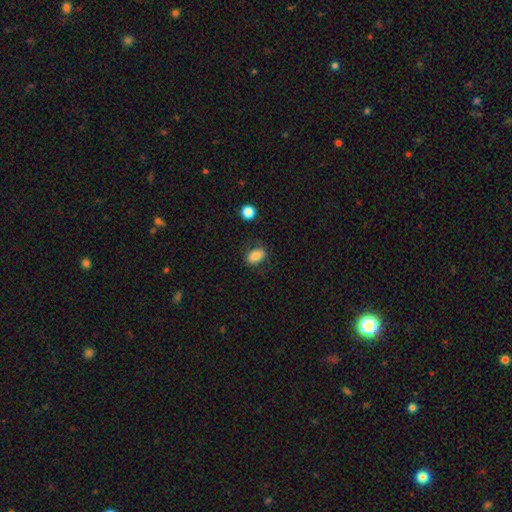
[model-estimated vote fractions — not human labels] smooth_or_featured: smooth (p=0.83) [alt: star or artifact p=0.09]
how_rounded: in between (p=0.85) [alt: round p=0.13]
merging: none (p=0.73) [alt: minor disturbance p=0.19]